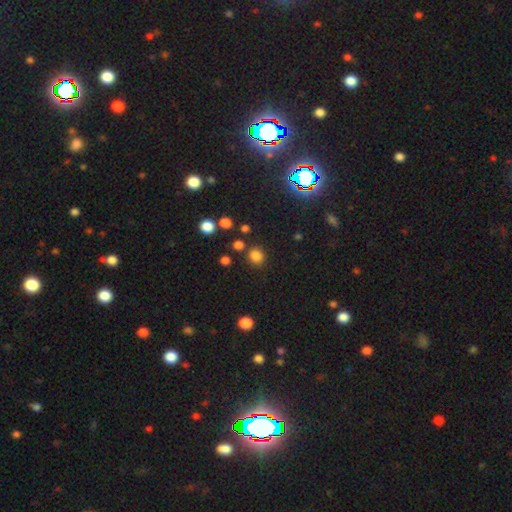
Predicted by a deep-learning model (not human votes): Q: Smooth or featured?
A: smooth (78%); runner-up: star or artifact (18%)
Q: How rounded?
A: round (87%); runner-up: in between (12%)
Q: Merging?
A: none (82%); runner-up: minor disturbance (9%)